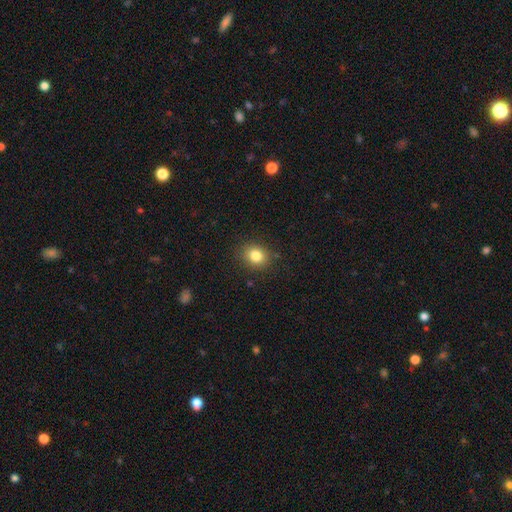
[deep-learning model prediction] Smooth or featured? Predicted: smooth (p=0.83). How rounded? Predicted: round (p=0.61). Merging? Predicted: none (p=0.87).